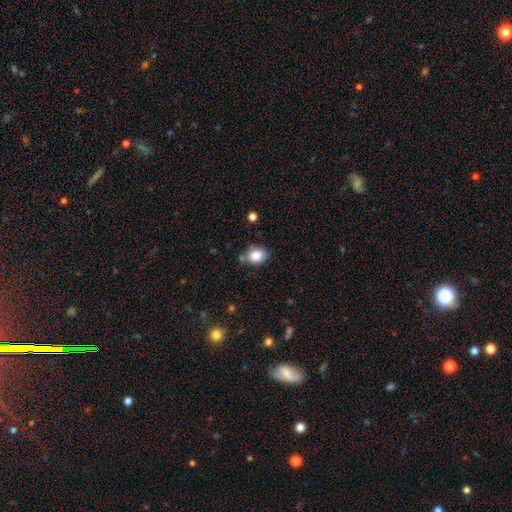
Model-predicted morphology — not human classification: Smooth or featured: smooth — 84% (star or artifact — 9%)
How rounded: round — 52% (in between — 47%)
Merging: none — 75% (minor disturbance — 17%)